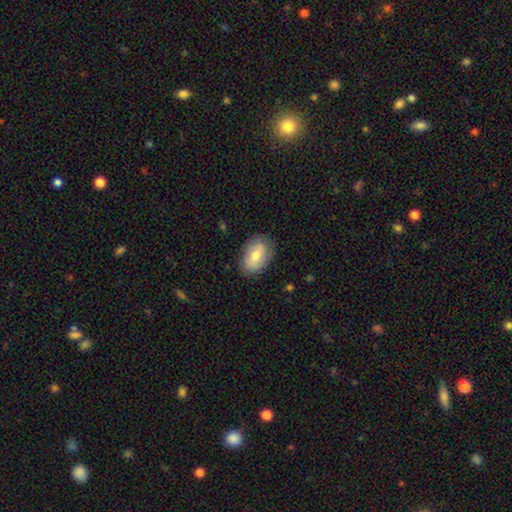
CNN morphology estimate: A smooth galaxy with no disk features (69%) that is in between round and cigar-shaped (90%).

Vote fractions:
- Smooth or featured? smooth: 69% / featured or disk: 24% / star or artifact: 7%
- How rounded? in between: 90% / round: 8% / cigar-shaped: 2%
- Merging? none: 79% / minor disturbance: 16% / major disturbance: 4% / merger: 1%